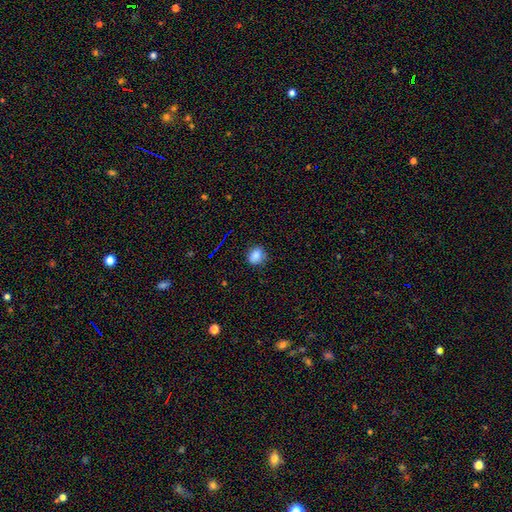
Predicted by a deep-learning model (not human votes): Smooth or featured? Predicted: smooth (p=0.82). How rounded? Predicted: round (p=0.62). Merging? Predicted: none (p=0.80).